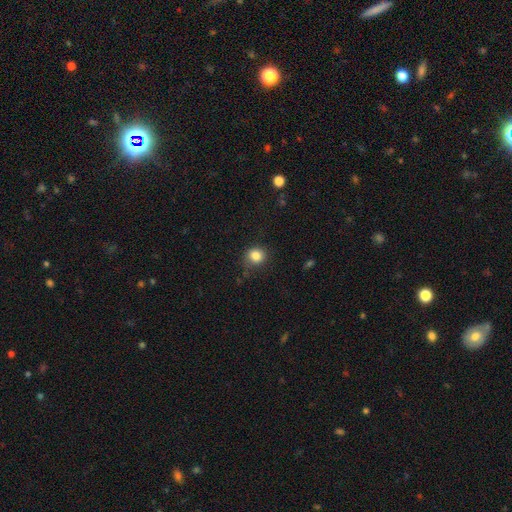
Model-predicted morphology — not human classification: smooth-or-featured: smooth: 84% | star or artifact: 11% | featured or disk: 5%
  how-rounded: round: 82% | in between: 17% | cigar-shaped: 1%
  merging: none: 75% | minor disturbance: 18% | major disturbance: 5% | merger: 2%